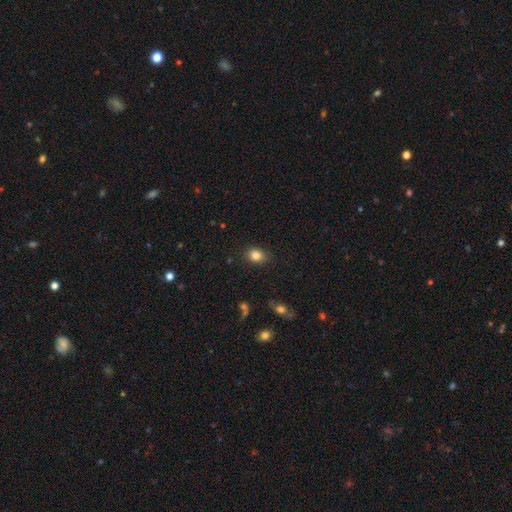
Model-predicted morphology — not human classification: This appears to be a smooth galaxy with no disk features (83%) that is in between round and cigar-shaped (52%). Merging: none (84%).